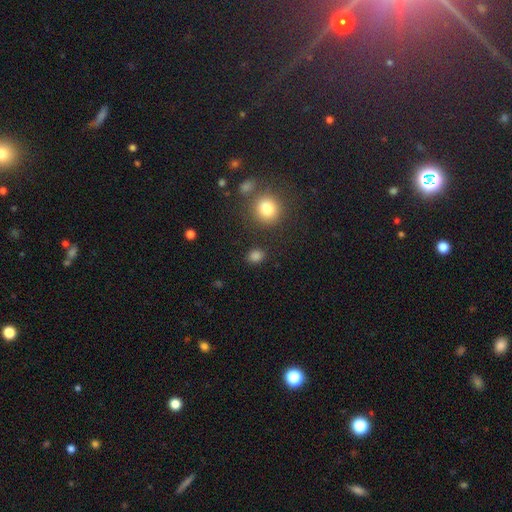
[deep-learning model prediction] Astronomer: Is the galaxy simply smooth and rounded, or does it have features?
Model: smooth — 82%.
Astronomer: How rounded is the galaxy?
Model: round — 54% (runner-up: in between, 45%).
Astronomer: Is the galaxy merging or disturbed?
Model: none — 84%.